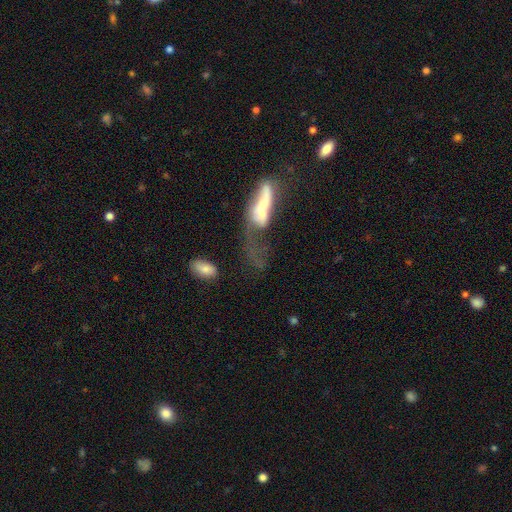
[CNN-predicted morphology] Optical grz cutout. It shows a featured or disk galaxy (48%). Merging: merger (45%).